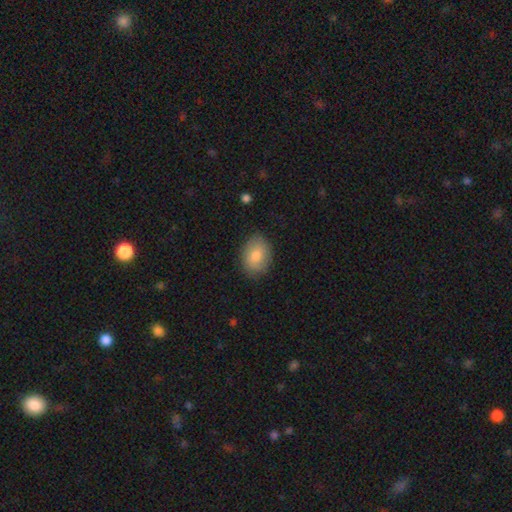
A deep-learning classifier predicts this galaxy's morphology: Smooth or featured? smooth (78%)
How rounded? in between (69%)
Merging? none (83%)